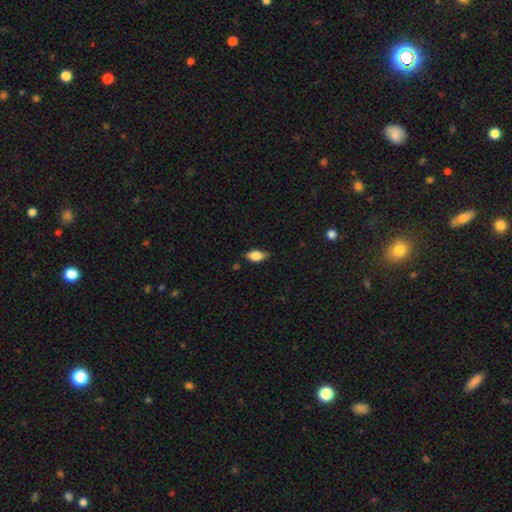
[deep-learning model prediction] Morphology: type=smooth (80%); roundness=in between (88%); merging=none (74%).